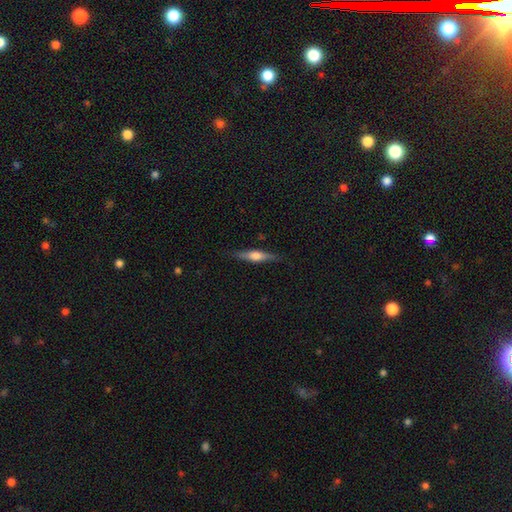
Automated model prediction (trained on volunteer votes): Smooth or featured? featured or disk (55%)
Edge-on disk? yes (95%)
Edge-on bulge? rounded (86%)
Merging? none (86%)